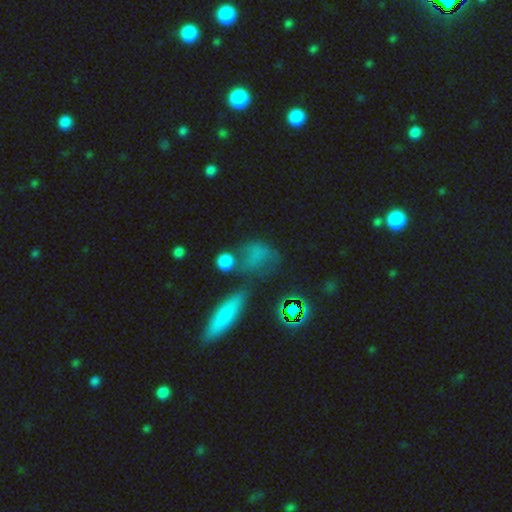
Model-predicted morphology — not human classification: A smooth galaxy with no disk features (60%) that is in between round and cigar-shaped (47%). Merging: none (47%).